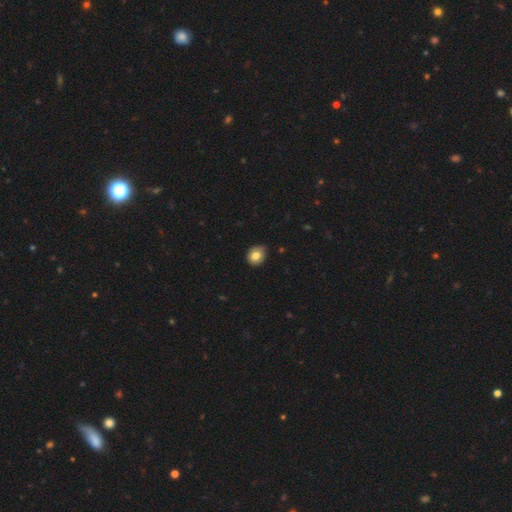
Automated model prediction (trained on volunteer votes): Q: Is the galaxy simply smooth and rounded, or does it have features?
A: smooth — 80%.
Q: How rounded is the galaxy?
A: round — 64%.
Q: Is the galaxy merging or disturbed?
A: none — 78%.